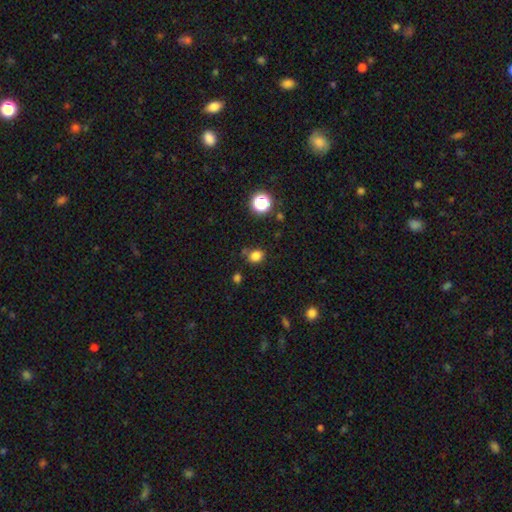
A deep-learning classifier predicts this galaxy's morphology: Smooth or featured?
  - smooth: 80% *
  - star or artifact: 15%
  - featured or disk: 5%
How rounded?
  - round: 63% *
  - in between: 36%
  - cigar-shaped: 1%
Merging?
  - none: 74% *
  - minor disturbance: 16%
  - merger: 7%
  - major disturbance: 4%